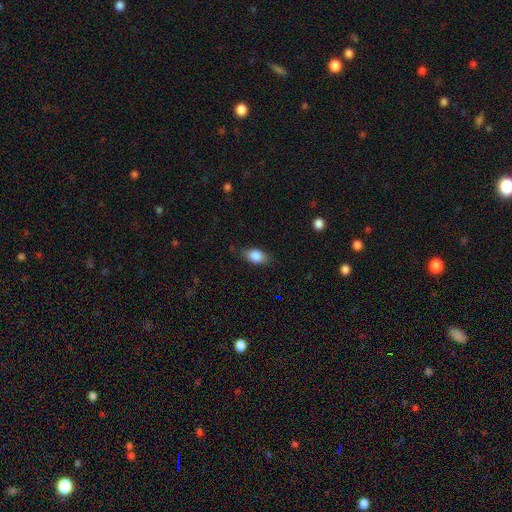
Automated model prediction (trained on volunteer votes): Smooth or featured? smooth (83%)
How rounded? in between (85%)
Merging? none (76%)